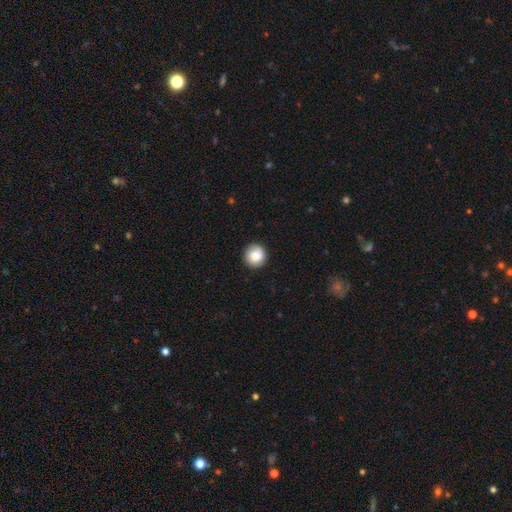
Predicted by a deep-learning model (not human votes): Morphology: type=smooth (86%); roundness=round (94%); merging=none (91%).